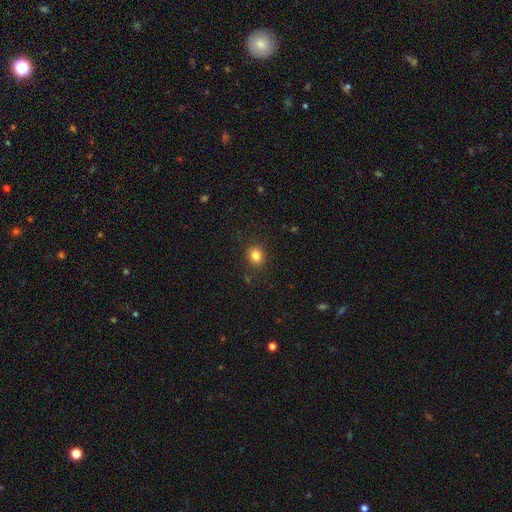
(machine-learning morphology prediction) smooth 82%, star or artifact 12%, featured or disk 6%. Down the decision tree: how rounded — round (78%); merging — none (89%).